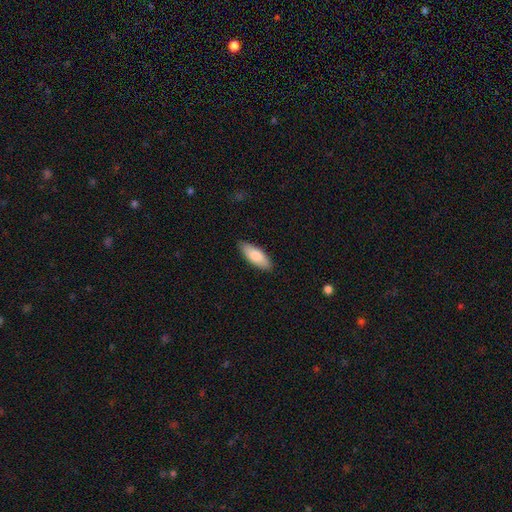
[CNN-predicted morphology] Smooth or featured? smooth (80%)
How rounded? in between (73%)
Merging? none (87%)